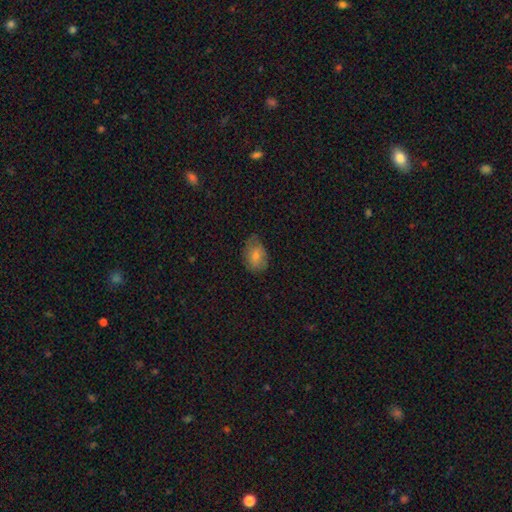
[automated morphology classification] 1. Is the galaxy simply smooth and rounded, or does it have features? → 68% smooth, 21% featured or disk, 11% star or artifact.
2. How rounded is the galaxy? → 75% in between, 24% round, 2% cigar-shaped.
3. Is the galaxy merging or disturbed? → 64% none, 28% minor disturbance, 7% major disturbance, 1% merger.